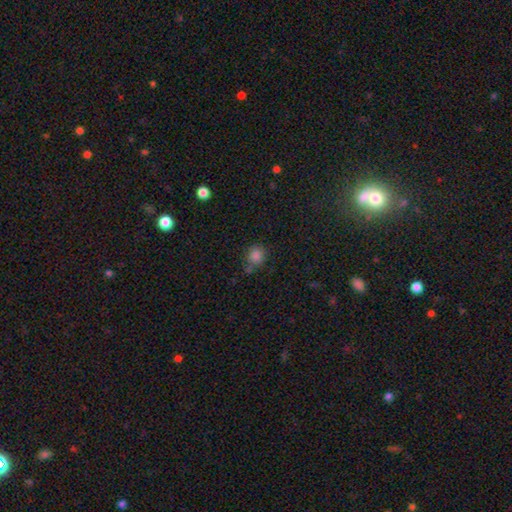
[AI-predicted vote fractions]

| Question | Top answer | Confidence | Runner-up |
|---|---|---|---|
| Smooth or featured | smooth | 82% | star or artifact (13%) |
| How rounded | round | 83% | in between (16%) |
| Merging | none | 65% | minor disturbance (17%) |